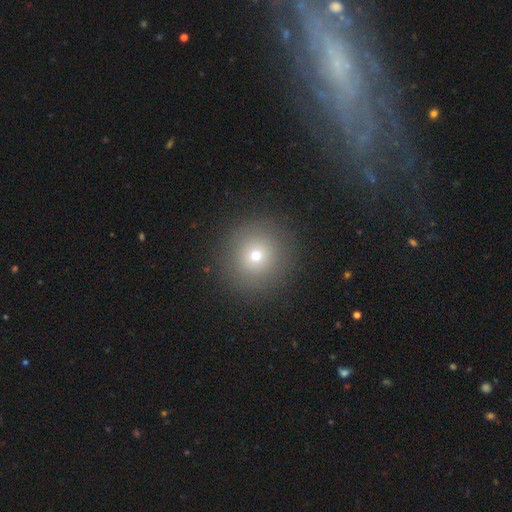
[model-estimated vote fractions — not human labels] Smooth or featured?
  - smooth: 68% *
  - star or artifact: 19%
  - featured or disk: 13%
How rounded?
  - round: 92% *
  - in between: 7%
  - cigar-shaped: 1%
Merging?
  - none: 89% *
  - minor disturbance: 7%
  - major disturbance: 3%
  - merger: 1%